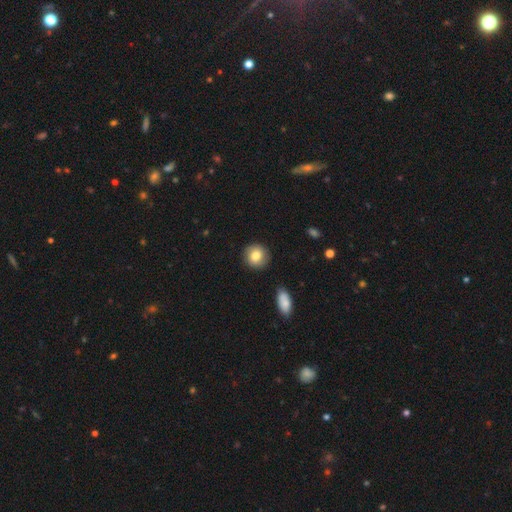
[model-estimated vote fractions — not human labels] Overall: smooth (81%). How rounded: round (88%). Merging: none (87%).